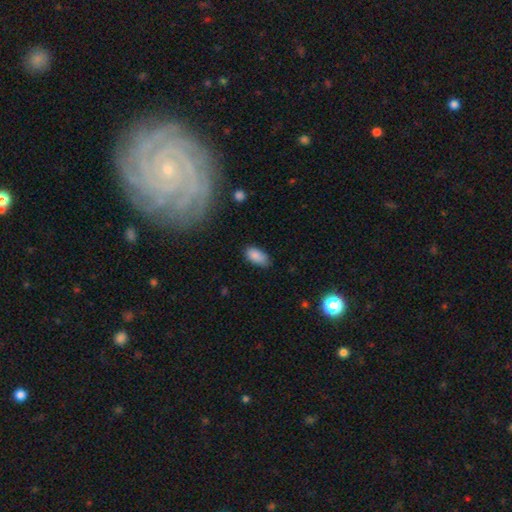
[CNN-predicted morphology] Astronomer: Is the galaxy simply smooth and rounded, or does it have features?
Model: smooth — 87%.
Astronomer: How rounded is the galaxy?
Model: in between — 92%.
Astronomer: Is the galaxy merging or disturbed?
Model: none — 74%.